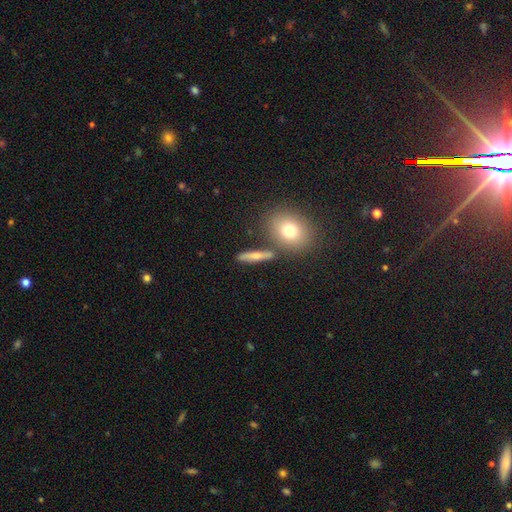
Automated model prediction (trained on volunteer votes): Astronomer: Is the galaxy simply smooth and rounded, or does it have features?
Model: smooth — 61%.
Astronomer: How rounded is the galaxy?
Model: cigar-shaped — 62%.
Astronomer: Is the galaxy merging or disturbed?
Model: none — 77%.